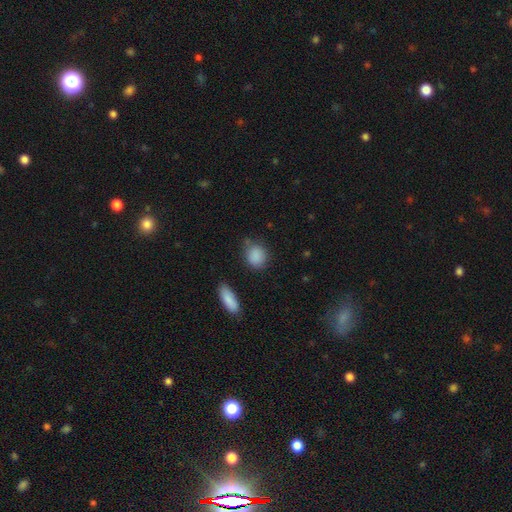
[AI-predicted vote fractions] The model was most divided on "how rounded": round: 64%, in between: 34%, cigar-shaped: 2%. More confident: smooth or featured — smooth (88%); merging — none (71%).